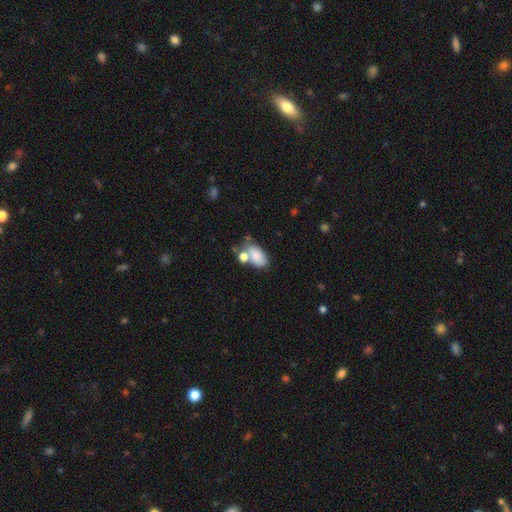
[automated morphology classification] type=smooth (80%); roundness=in between (91%); merging=none (40%).